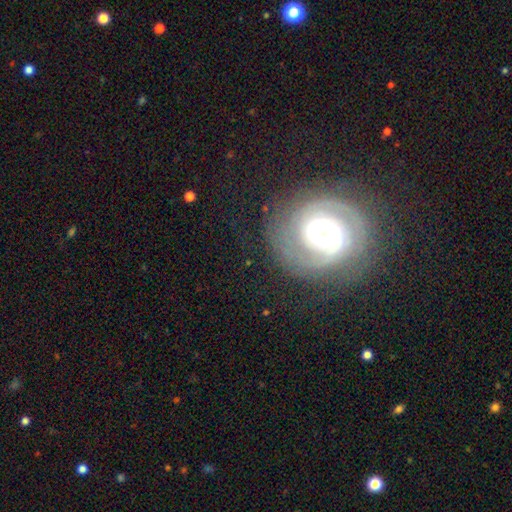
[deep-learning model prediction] Smooth or featured? featured or disk (80%)
Edge-on disk? no (98%)
Bar? no (43%)
Spiral arms? yes (94%)
Spiral winding? tight (60%)
Spiral arm count? 2 (81%)
Bulge size? moderate (40%)
Merging? none (82%)